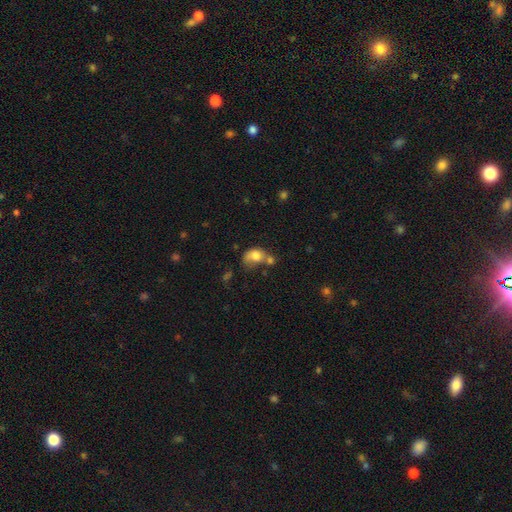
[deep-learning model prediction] Smooth or featured? Predicted: smooth (p=0.75). How rounded? Predicted: in between (p=0.66). Merging? Predicted: merger (p=0.35).